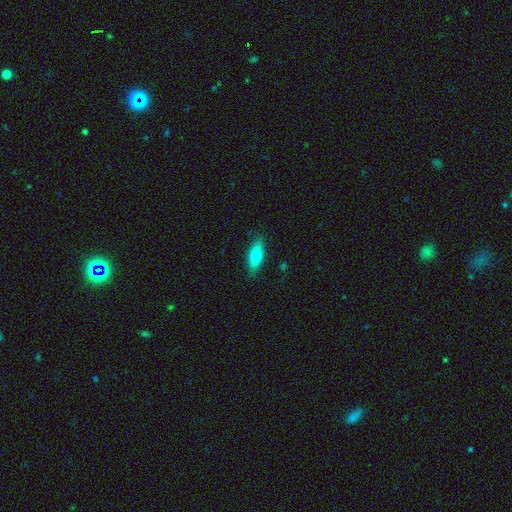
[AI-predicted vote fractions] A smooth galaxy with no disk features (79%) that is in between round and cigar-shaped (64%). Merging: none (85%).